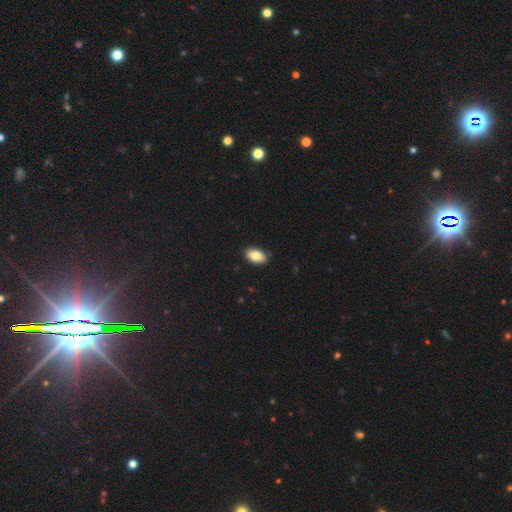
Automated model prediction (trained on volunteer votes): This is clearly a smooth galaxy (82%). How rounded: clearly in between (92%). Merging: clearly none (87%).